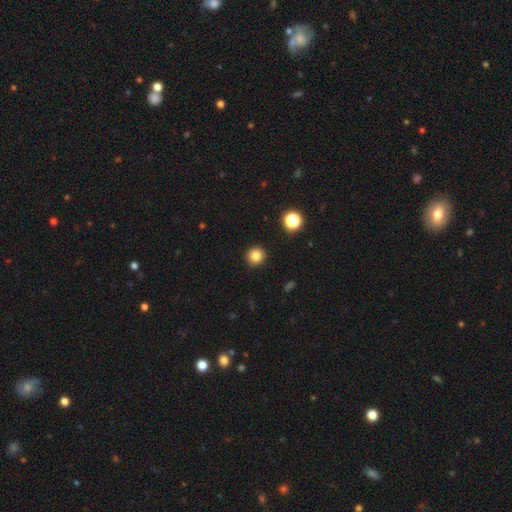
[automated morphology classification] Smooth or featured? smooth (83%)
How rounded? round (93%)
Merging? none (92%)